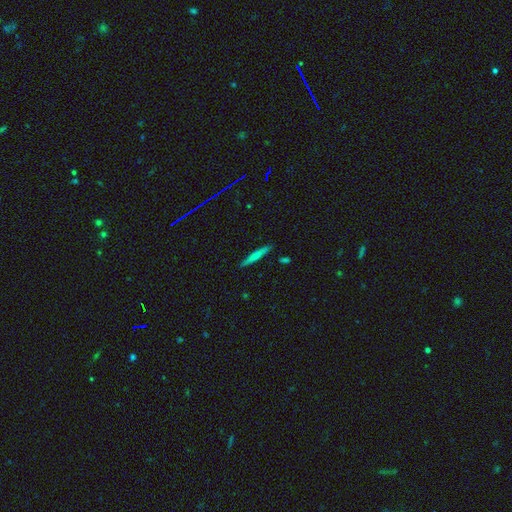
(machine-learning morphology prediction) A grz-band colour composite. It shows a smooth galaxy with no disk features (66%) that is cigar-shaped (94%). Merging: none (89%).